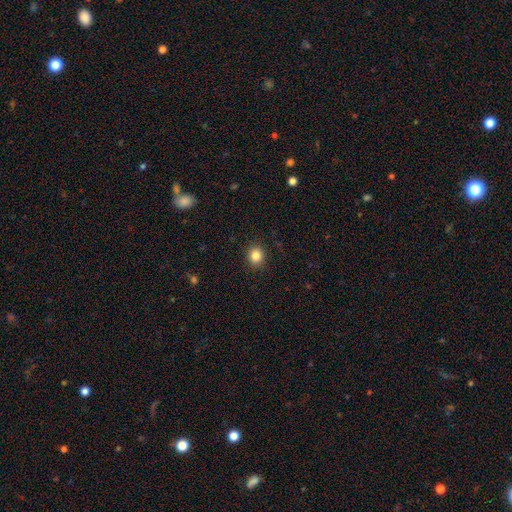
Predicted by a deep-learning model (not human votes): The model was most divided on "how rounded": round: 76%, in between: 23%, cigar-shaped: 1%. More confident: merging — none (90%); smooth or featured — smooth (86%).